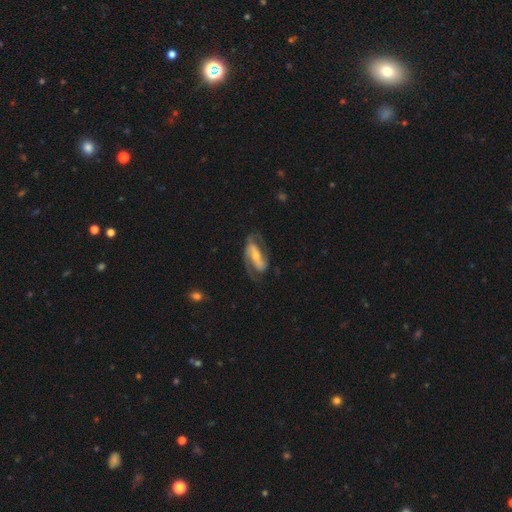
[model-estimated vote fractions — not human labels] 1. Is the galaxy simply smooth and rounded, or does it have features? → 79% featured or disk, 16% smooth, 5% star or artifact.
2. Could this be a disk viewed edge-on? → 93% no, 7% yes.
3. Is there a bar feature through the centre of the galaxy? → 51% strong, 28% weak, 21% no.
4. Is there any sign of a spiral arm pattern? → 89% yes, 11% no.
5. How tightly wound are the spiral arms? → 47% medium, 29% loose, 24% tight.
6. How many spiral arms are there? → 84% 2, 6% can't tell, 6% 1, 1% 3, 1% 4, 1% more than 4.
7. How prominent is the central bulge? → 49% small, 41% moderate, 5% large, 4% none, 1% dominant.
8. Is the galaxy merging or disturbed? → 62% none, 19% minor disturbance, 17% major disturbance, 2% merger.